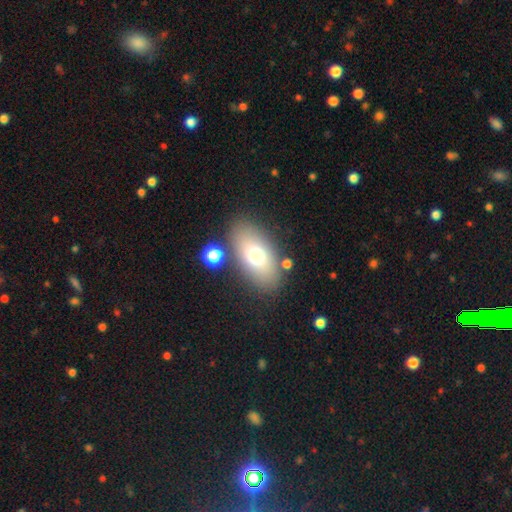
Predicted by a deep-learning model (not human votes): smooth_or_featured: smooth (p=0.70) [alt: featured or disk p=0.19]
how_rounded: in between (p=0.88) [alt: round p=0.08]
merging: none (p=0.80) [alt: minor disturbance p=0.10]